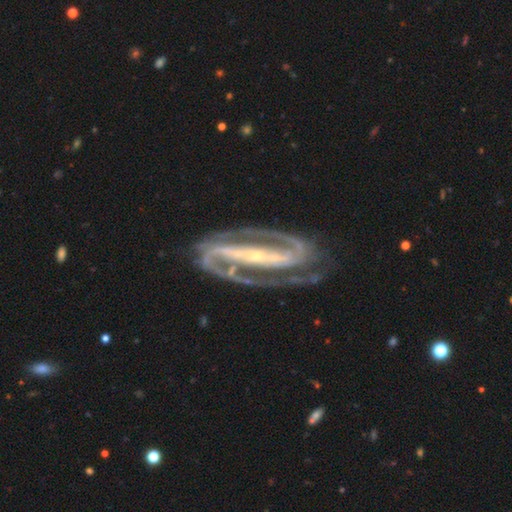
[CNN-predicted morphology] smooth_or_featured: featured or disk (p=0.93) [alt: star or artifact p=0.04]
disk_edge_on: no (p=0.94) [alt: yes p=0.06]
bar: strong (p=0.81) [alt: weak p=0.11]
has_spiral_arms: yes (p=0.98) [alt: no p=0.02]
spiral_winding: medium (p=0.47) [alt: tight p=0.43]
spiral_arm_count: 2 (p=0.93) [alt: 3 p=0.02]
bulge_size: small (p=0.78) [alt: moderate p=0.17]
merging: none (p=0.79) [alt: minor disturbance p=0.13]